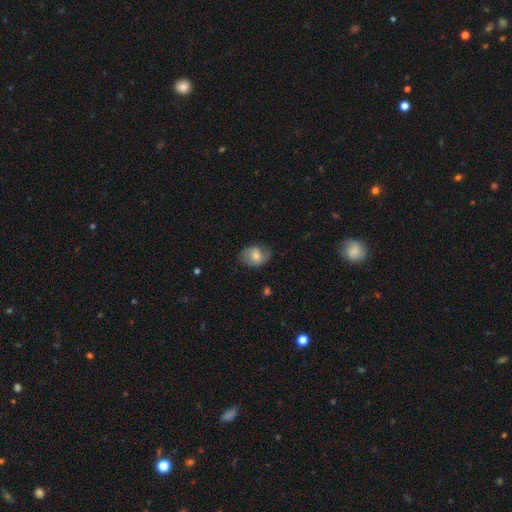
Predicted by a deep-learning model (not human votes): Q: Smooth or featured?
A: smooth (52%); runner-up: featured or disk (41%)
Q: How rounded?
A: in between (60%); runner-up: round (39%)
Q: Merging?
A: none (64%); runner-up: minor disturbance (25%)